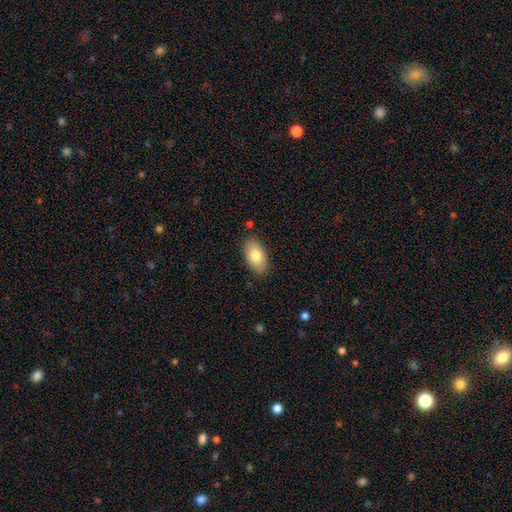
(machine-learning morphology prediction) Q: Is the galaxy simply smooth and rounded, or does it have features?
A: smooth — 80%.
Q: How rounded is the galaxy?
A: in between — 94%.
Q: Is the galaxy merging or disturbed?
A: none — 85%.